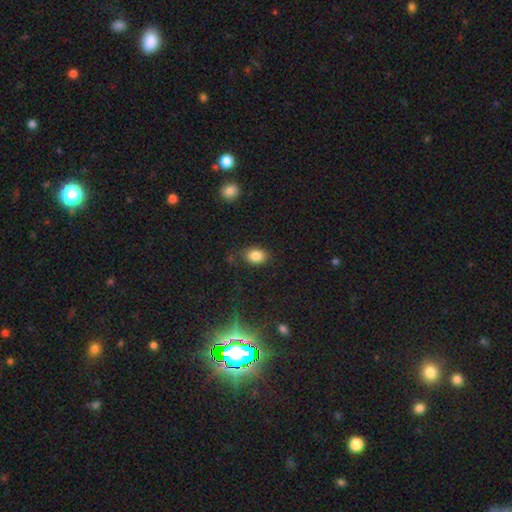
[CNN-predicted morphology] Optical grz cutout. It shows a smooth galaxy with no disk features (83%) that is in between round and cigar-shaped (77%). Merging: none (81%).